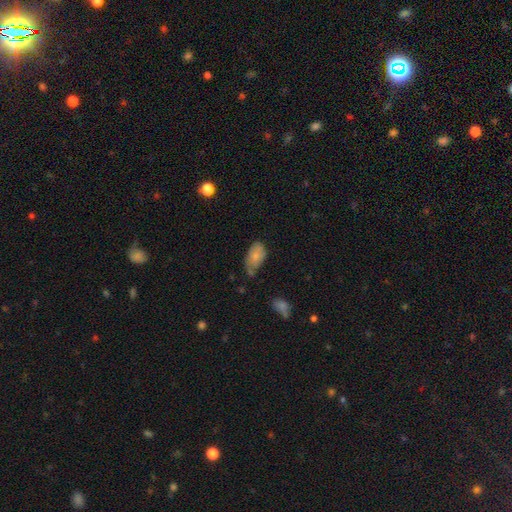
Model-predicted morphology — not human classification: The model was most divided on "merging": none: 43%, minor disturbance: 40%, major disturbance: 12%, merger: 6%. More confident: how rounded — in between (93%); smooth or featured — smooth (77%).